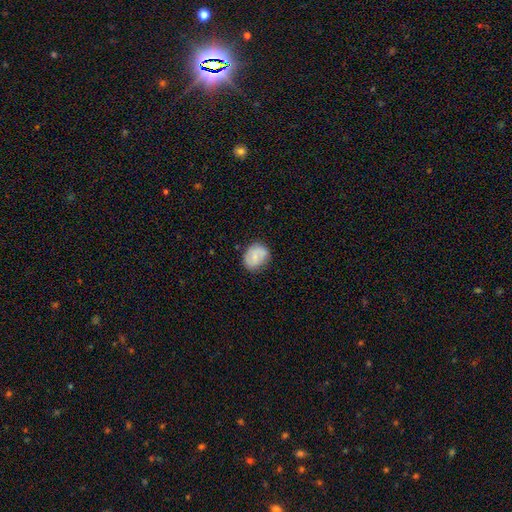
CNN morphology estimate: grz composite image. It shows a smooth galaxy with no disk features (66%) that is round (50%). Merging: none (75%).